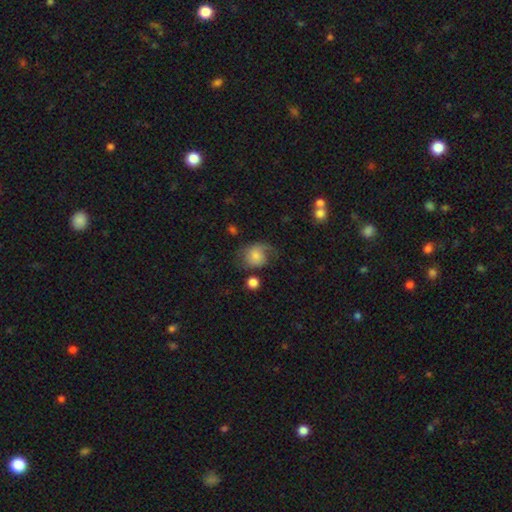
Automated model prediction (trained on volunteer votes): The model was most divided on "merging": none: 39%, minor disturbance: 29%, major disturbance: 28%, merger: 4%. More confident: how rounded — round (63%); smooth or featured — smooth (59%).